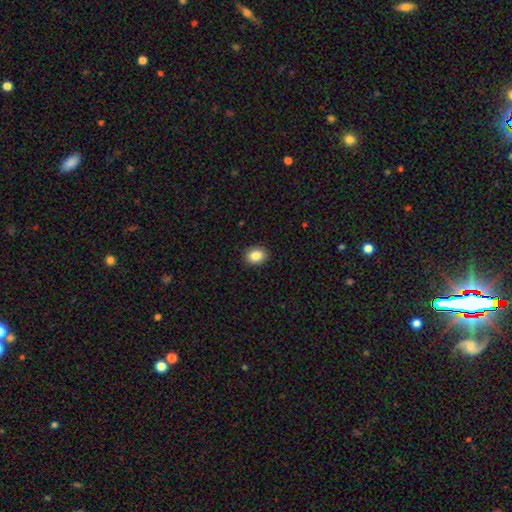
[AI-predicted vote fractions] smooth 86%, star or artifact 9%, featured or disk 5%. Down the decision tree: how rounded — round (56%); merging — none (91%).